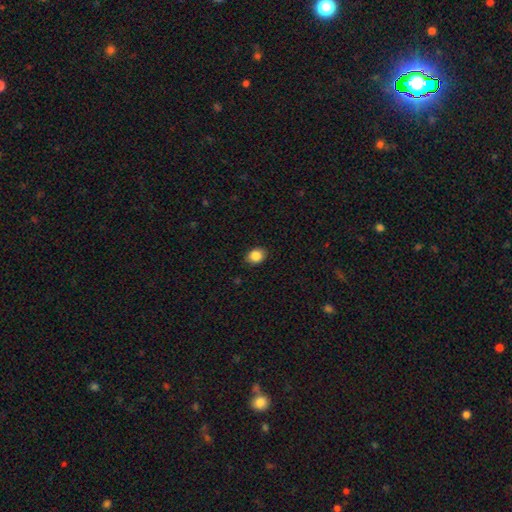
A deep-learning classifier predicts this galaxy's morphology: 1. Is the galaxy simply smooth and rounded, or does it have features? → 87% smooth, 9% star or artifact, 4% featured or disk.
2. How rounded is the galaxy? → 50% in between, 49% round, 1% cigar-shaped.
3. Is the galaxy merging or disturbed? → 88% none, 9% minor disturbance, 2% major disturbance, 1% merger.